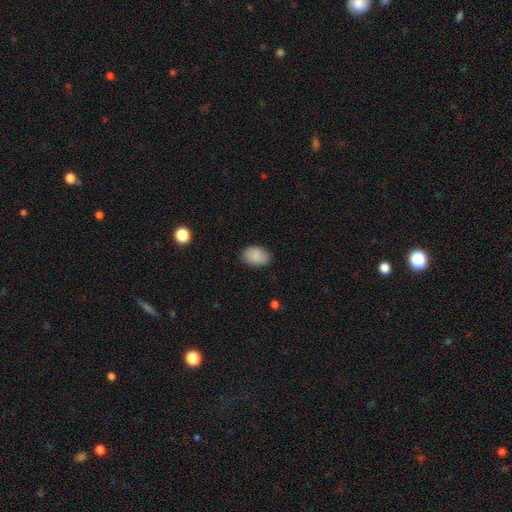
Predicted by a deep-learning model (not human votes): This appears to be a smooth galaxy with no disk features (89%) that is in between round and cigar-shaped (86%). Merging: none (86%).